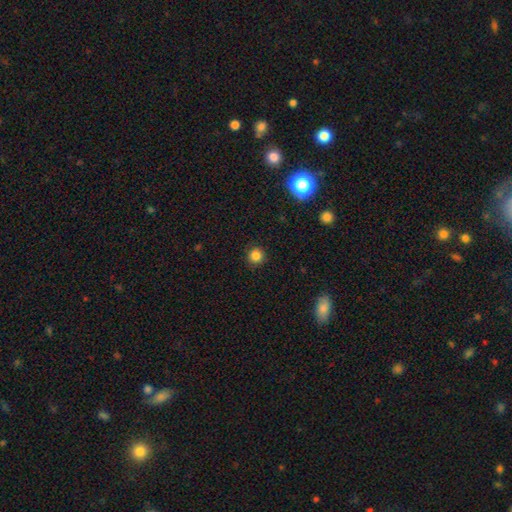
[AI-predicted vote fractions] Smooth or featured? Predicted: smooth (p=0.83). How rounded? Predicted: round (p=0.94). Merging? Predicted: none (p=0.91).